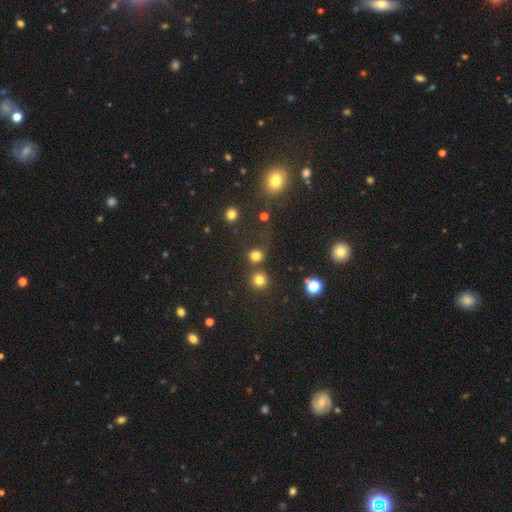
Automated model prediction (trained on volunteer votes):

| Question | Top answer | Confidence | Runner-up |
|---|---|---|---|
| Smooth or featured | smooth | 77% | star or artifact (18%) |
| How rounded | round | 87% | in between (12%) |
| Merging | none | 70% | merger (16%) |